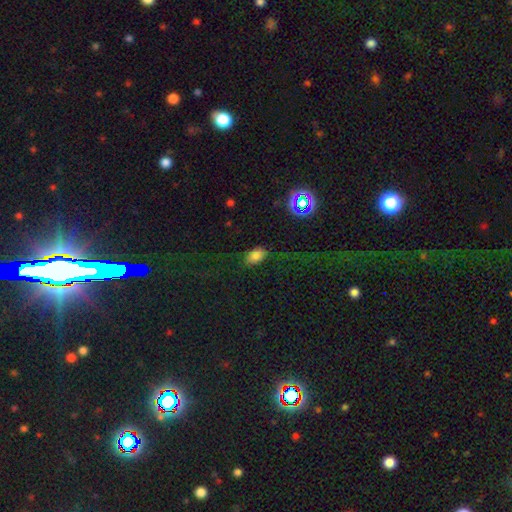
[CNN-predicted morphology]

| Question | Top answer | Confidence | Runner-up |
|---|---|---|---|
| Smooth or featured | smooth | 80% | star or artifact (13%) |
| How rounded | in between | 88% | round (10%) |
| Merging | none | 72% | minor disturbance (17%) |